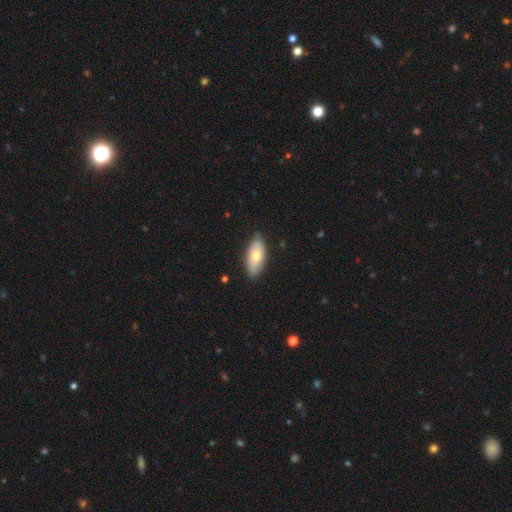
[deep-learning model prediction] Smooth or featured? smooth (72%)
How rounded? in between (87%)
Merging? none (82%)